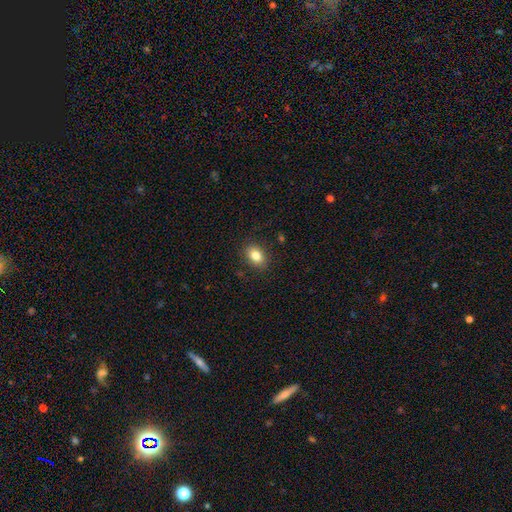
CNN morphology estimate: smooth_or_featured: smooth (p=0.83) [alt: star or artifact p=0.09]
how_rounded: in between (p=0.78) [alt: round p=0.21]
merging: none (p=0.87) [alt: minor disturbance p=0.09]